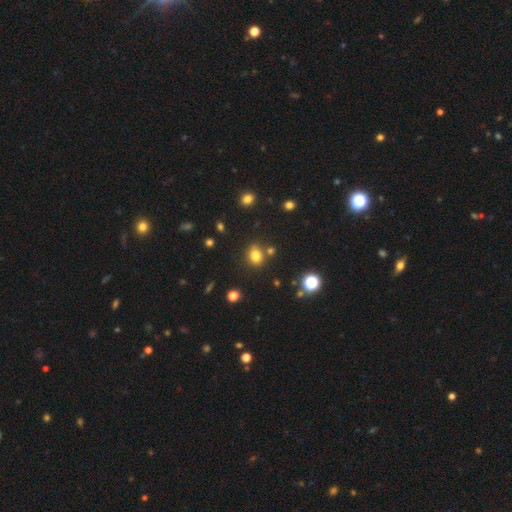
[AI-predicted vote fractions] This is likely a smooth galaxy (79%). How rounded: possibly round (54%). Merging: likely none (75%).